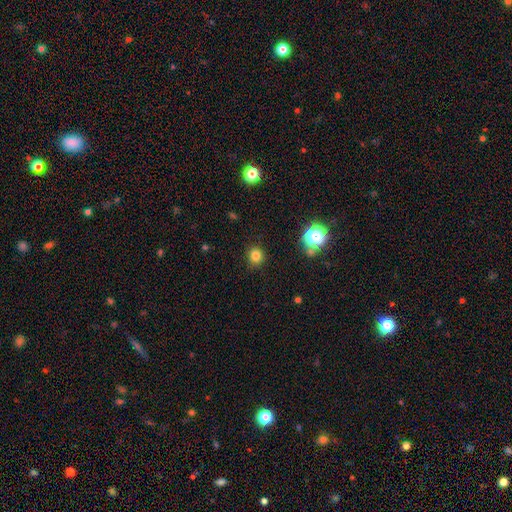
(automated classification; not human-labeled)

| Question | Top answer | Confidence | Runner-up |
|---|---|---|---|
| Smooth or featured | smooth | 80% | star or artifact (15%) |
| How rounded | round | 88% | in between (11%) |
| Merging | none | 90% | minor disturbance (7%) |